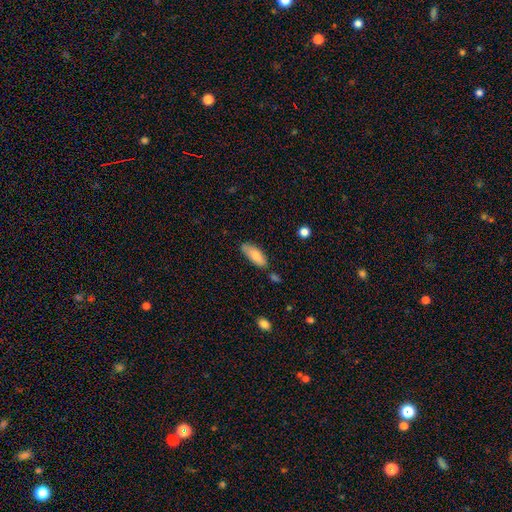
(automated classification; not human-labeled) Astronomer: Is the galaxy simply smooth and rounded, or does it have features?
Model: smooth — 81%.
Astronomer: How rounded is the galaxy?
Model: in between — 75%.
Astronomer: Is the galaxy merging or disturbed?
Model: none — 70%.